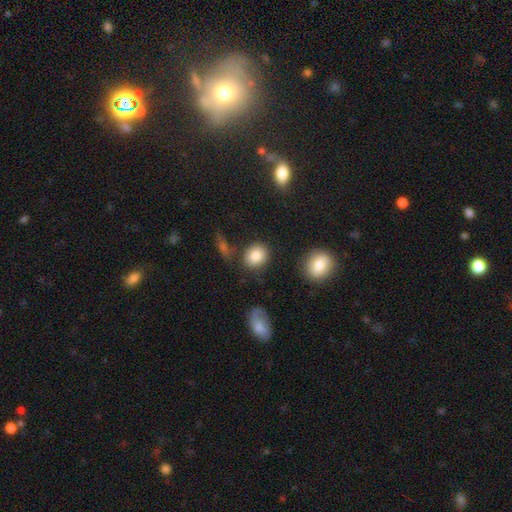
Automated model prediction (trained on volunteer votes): Smooth or featured? Predicted: smooth (p=0.83). How rounded? Predicted: round (p=0.71). Merging? Predicted: none (p=0.78).